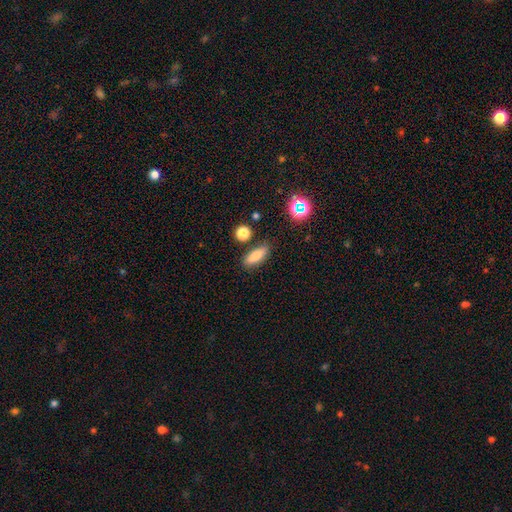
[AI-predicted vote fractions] The model was most divided on "how rounded": in between: 62%, cigar-shaped: 33%, round: 5%. More confident: merging — none (81%); smooth or featured — smooth (78%).